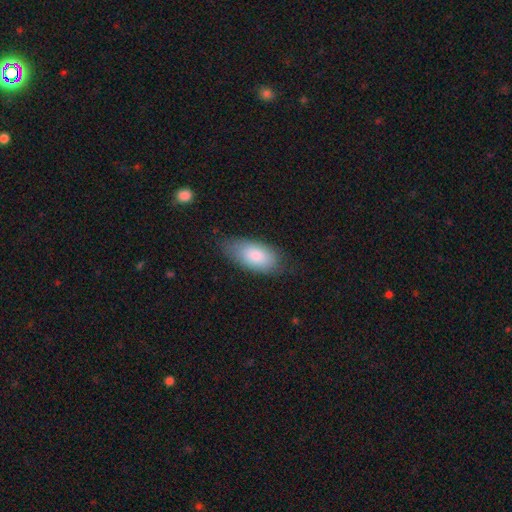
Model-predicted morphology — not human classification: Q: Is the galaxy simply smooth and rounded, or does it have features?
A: smooth — 82%.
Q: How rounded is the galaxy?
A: in between — 92%.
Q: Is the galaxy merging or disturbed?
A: none — 71%.